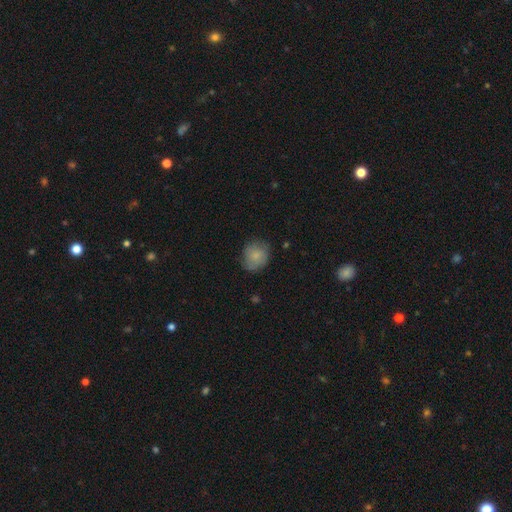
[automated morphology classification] smooth-or-featured: smooth: 79% | featured or disk: 14% | star or artifact: 7%
  how-rounded: round: 75% | in between: 24% | cigar-shaped: 1%
  merging: none: 70% | minor disturbance: 23% | major disturbance: 5% | merger: 1%